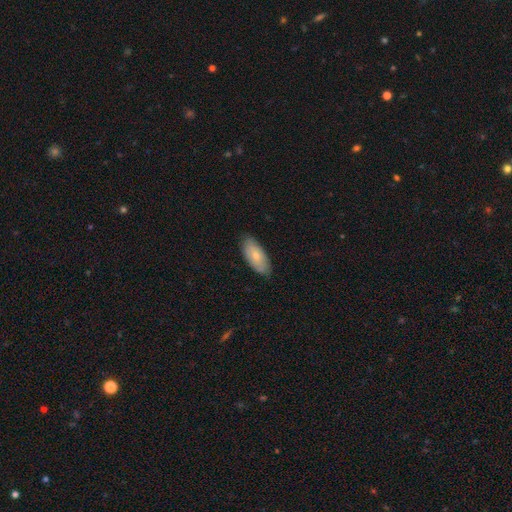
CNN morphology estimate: Smooth or featured? Predicted: smooth (p=0.68). How rounded? Predicted: in between (p=0.89). Merging? Predicted: none (p=0.80).